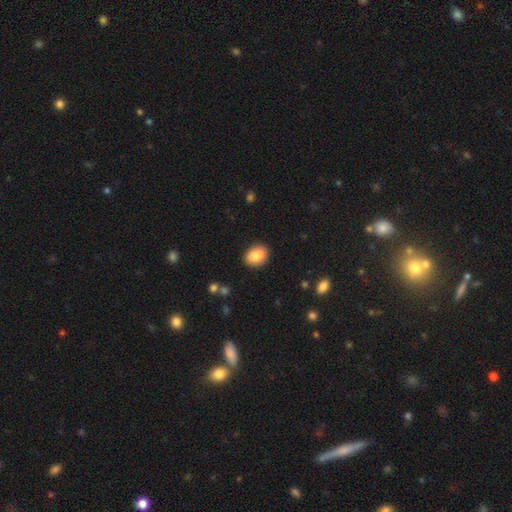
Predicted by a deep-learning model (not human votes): A smooth galaxy with no disk features (87%) that is in between round and cigar-shaped (63%). Merging: none (86%).